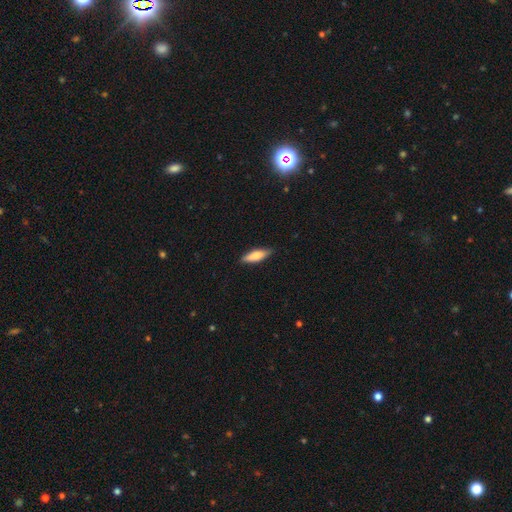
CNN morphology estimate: Smooth or featured? Predicted: smooth (p=0.74). How rounded? Predicted: cigar-shaped (p=0.52). Merging? Predicted: none (p=0.85).